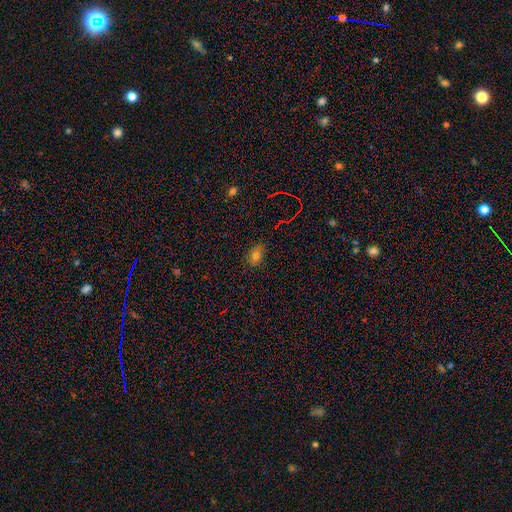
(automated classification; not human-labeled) smooth_or_featured: smooth (p=0.70) [alt: star or artifact p=0.19]
how_rounded: in between (p=0.78) [alt: round p=0.20]
merging: none (p=0.78) [alt: minor disturbance p=0.17]